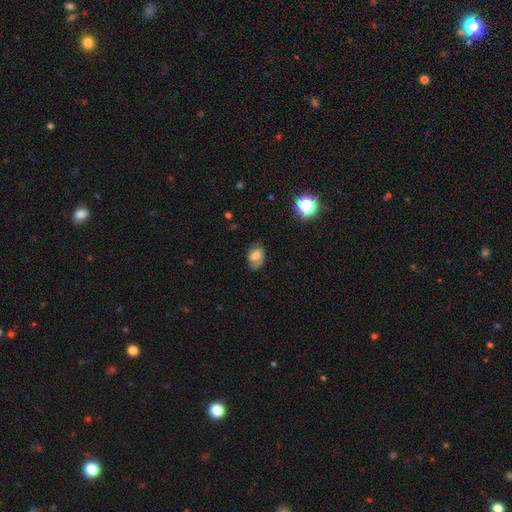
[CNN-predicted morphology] Smooth or featured? smooth (50%)
Merging? none (62%)